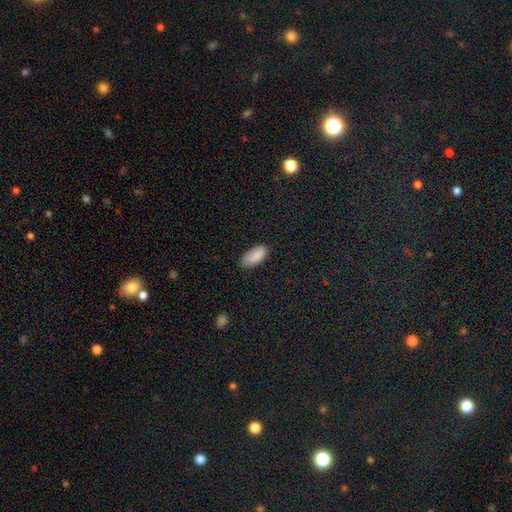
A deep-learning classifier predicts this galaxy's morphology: Smooth or featured? Predicted: smooth (p=0.88). How rounded? Predicted: in between (p=0.91). Merging? Predicted: none (p=0.74).